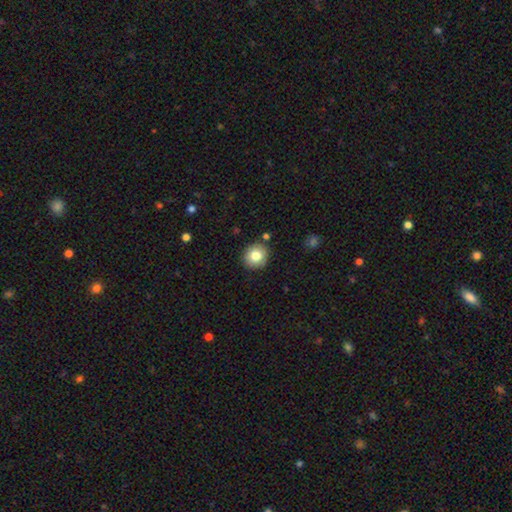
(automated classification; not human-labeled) smooth-or-featured: smooth: 80% | featured or disk: 10% | star or artifact: 10%
  how-rounded: round: 87% | in between: 12% | cigar-shaped: 1%
  merging: none: 86% | minor disturbance: 8% | merger: 3% | major disturbance: 2%